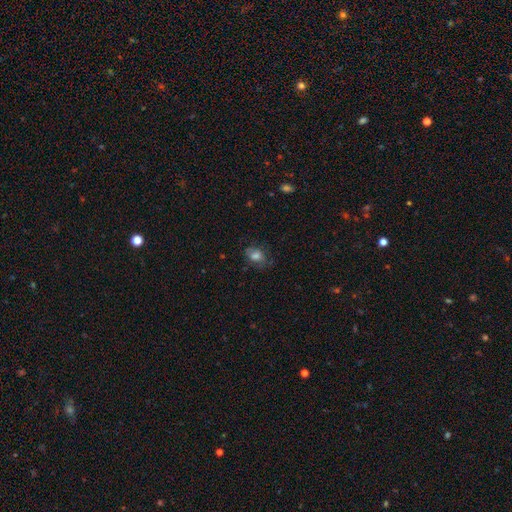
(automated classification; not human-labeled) Smooth or featured: smooth — 65% (featured or disk — 23%)
How rounded: in between — 72% (round — 26%)
Merging: none — 62% (minor disturbance — 24%)